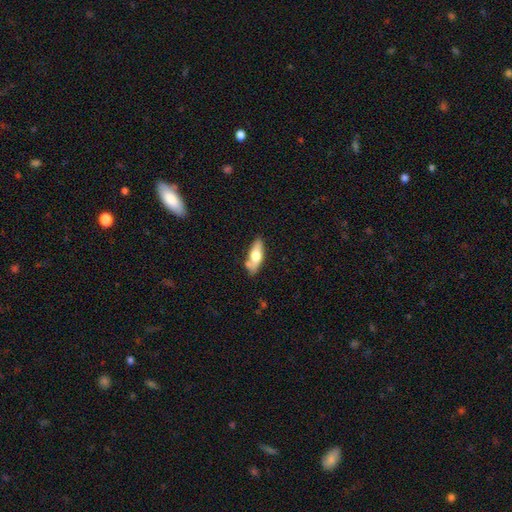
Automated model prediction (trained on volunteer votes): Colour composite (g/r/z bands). It shows a smooth galaxy with no disk features (61%) that is in between round and cigar-shaped (67%). Merging: none (71%).